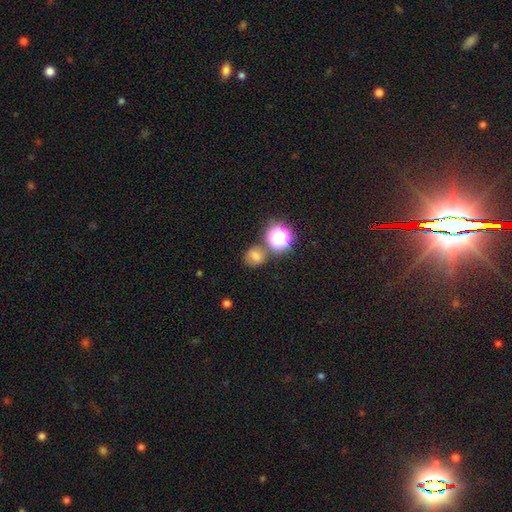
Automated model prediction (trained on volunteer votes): Smooth or featured? smooth (68%)
How rounded? round (69%)
Merging? none (66%)